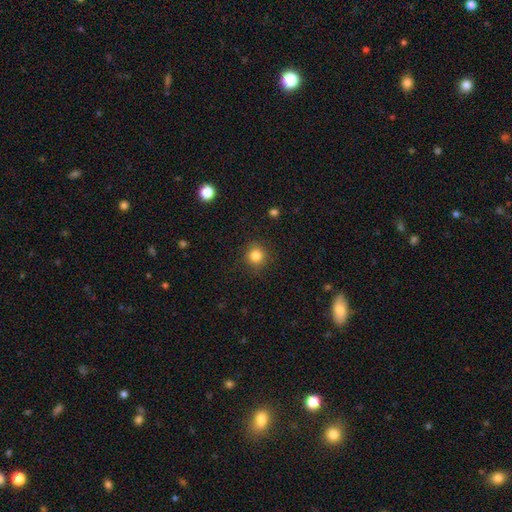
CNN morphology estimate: The model was most divided on "smooth or featured": smooth: 83%, star or artifact: 12%, featured or disk: 5%. More confident: how rounded — round (92%); merging — none (88%).